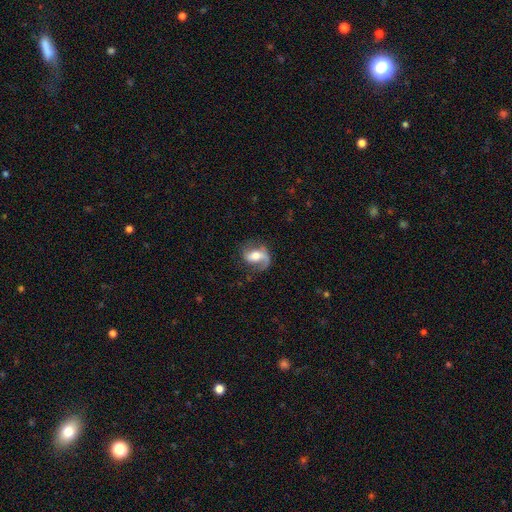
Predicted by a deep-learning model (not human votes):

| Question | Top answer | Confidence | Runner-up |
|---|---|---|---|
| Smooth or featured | featured or disk | 76% | smooth (17%) |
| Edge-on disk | no | 96% | yes (4%) |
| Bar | weak | 40% | no (36%) |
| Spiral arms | yes | 93% | no (7%) |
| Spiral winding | loose | 49% | medium (38%) |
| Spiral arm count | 2 | 57% | 1 (37%) |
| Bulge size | moderate | 62% | small (20%) |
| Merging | none | 61% | minor disturbance (20%) |